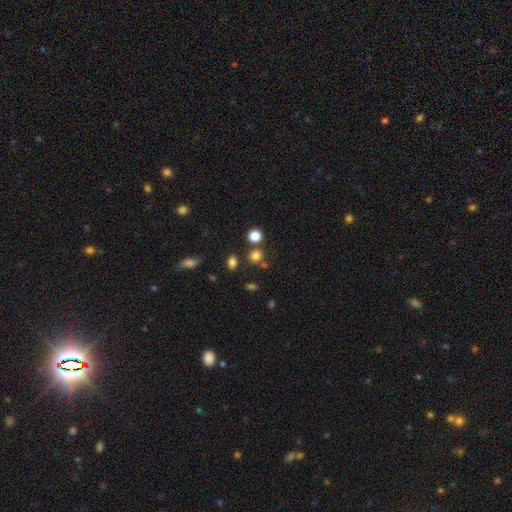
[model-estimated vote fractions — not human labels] smooth_or_featured: smooth (p=0.76) [alt: star or artifact p=0.18]
how_rounded: round (p=0.83) [alt: in between p=0.16]
merging: none (p=0.75) [alt: merger p=0.13]